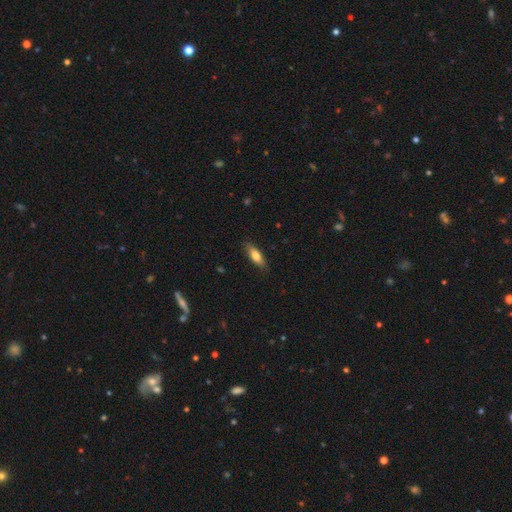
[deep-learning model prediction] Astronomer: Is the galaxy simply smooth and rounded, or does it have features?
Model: smooth — 74%.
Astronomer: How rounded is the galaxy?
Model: in between — 57% (runner-up: cigar-shaped, 41%).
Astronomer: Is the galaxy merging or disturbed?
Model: none — 86%.